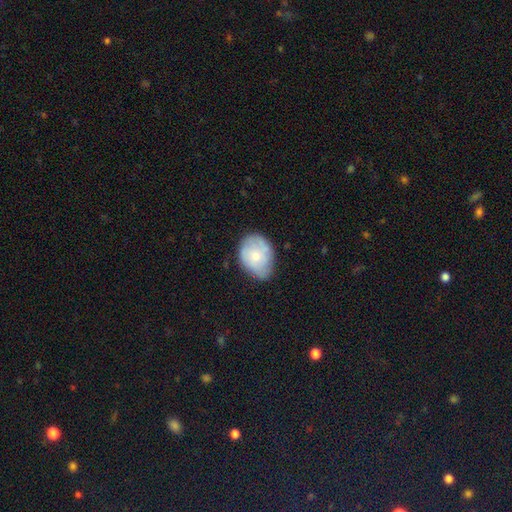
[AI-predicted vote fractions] Smooth or featured? smooth (62%)
How rounded? in between (66%)
Merging? none (59%)